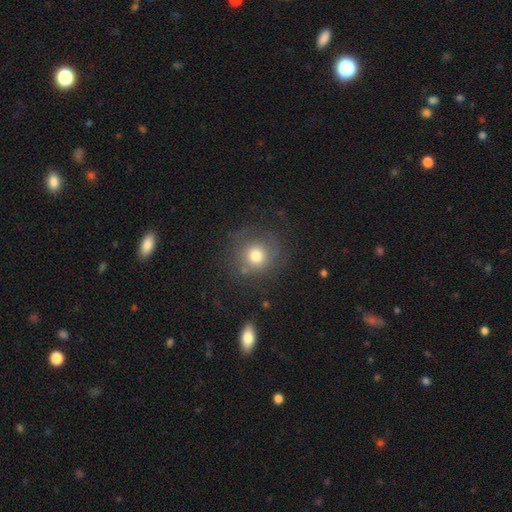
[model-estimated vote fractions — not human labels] The model was most divided on "smooth or featured": smooth: 69%, featured or disk: 17%, star or artifact: 13%. More confident: how rounded — round (91%); merging — none (72%).